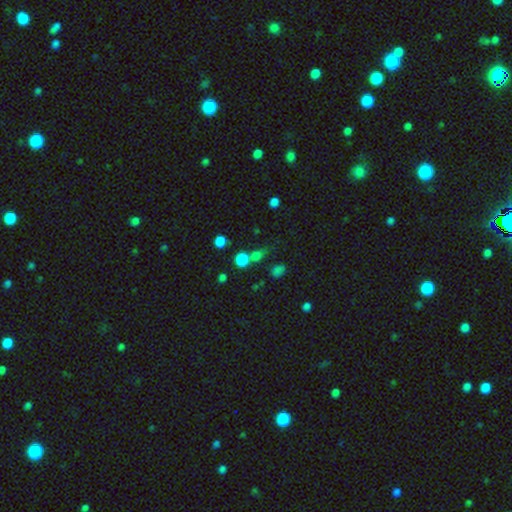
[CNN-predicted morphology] Smooth or featured?
  - smooth: 68% *
  - star or artifact: 24%
  - featured or disk: 8%
How rounded?
  - round: 72% *
  - in between: 26%
  - cigar-shaped: 2%
Merging?
  - none: 55% *
  - merger: 25%
  - minor disturbance: 12%
  - major disturbance: 7%